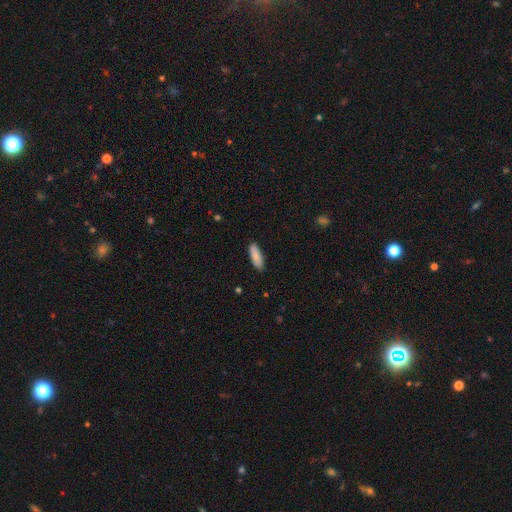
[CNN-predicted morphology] This appears to be a smooth galaxy with no disk features (88%) that is in between round and cigar-shaped (56%). Merging: none (88%).